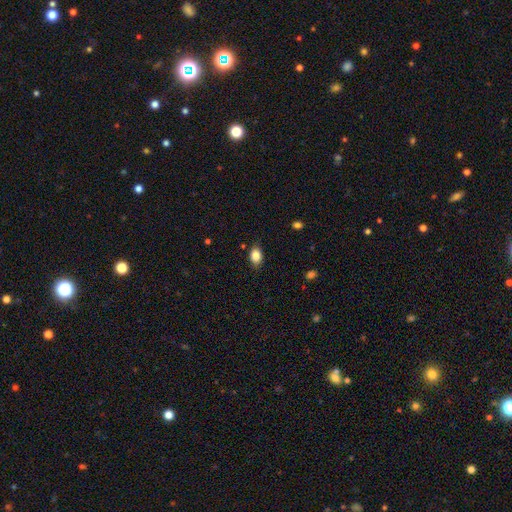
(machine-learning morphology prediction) Q: Smooth or featured?
A: smooth (86%); runner-up: star or artifact (9%)
Q: How rounded?
A: in between (80%); runner-up: round (19%)
Q: Merging?
A: none (83%); runner-up: minor disturbance (13%)